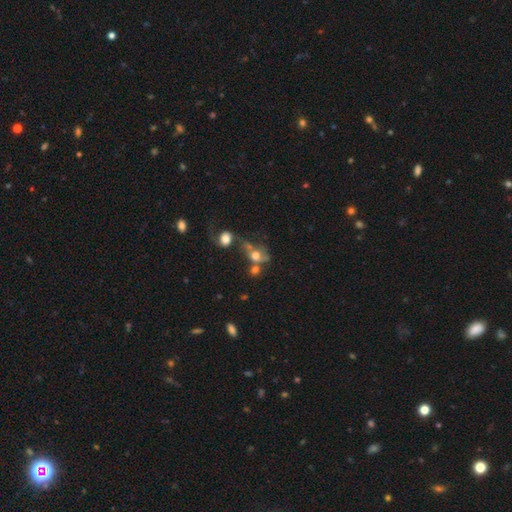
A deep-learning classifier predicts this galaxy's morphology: Q: Smooth or featured?
A: smooth (56%); runner-up: featured or disk (30%)
Q: How rounded?
A: round (54%); runner-up: in between (44%)
Q: Merging?
A: merger (43%); runner-up: none (25%)